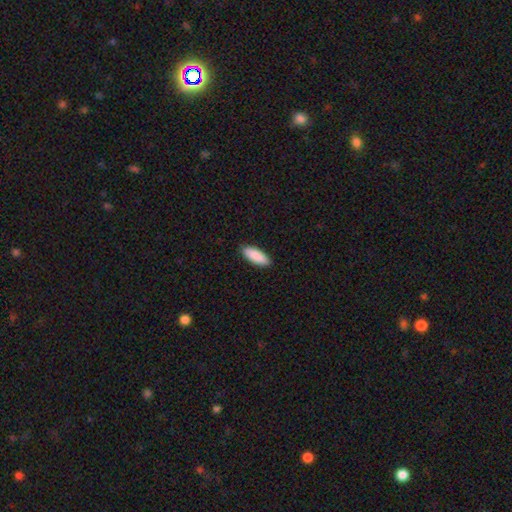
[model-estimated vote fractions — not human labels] Overall: smooth (90%). How rounded: in between (70%). Merging: none (90%).